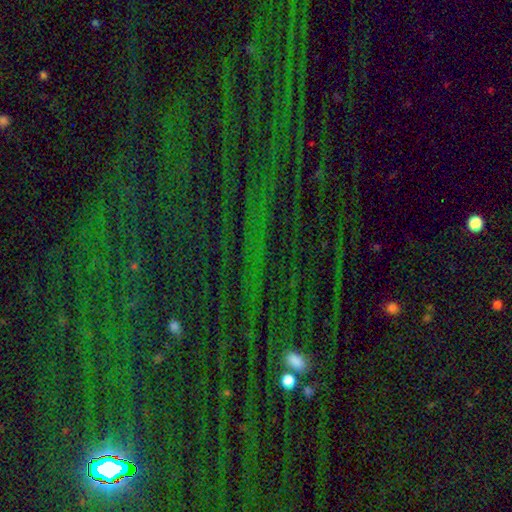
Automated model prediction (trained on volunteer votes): Smooth or featured? Predicted: star or artifact (p=0.79).